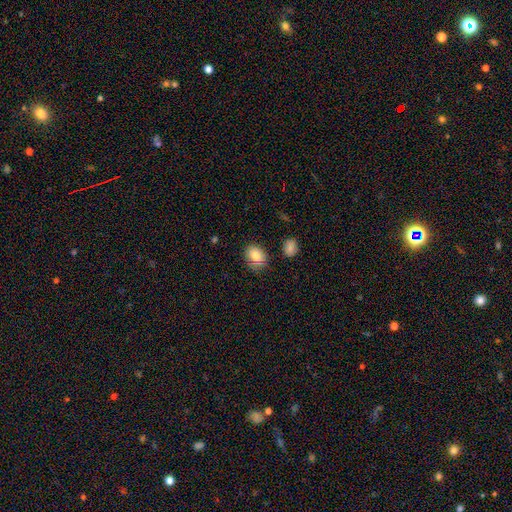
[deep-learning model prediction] Overall: smooth (82%). How rounded: in between (59%; round 40%). Merging: none (76%).